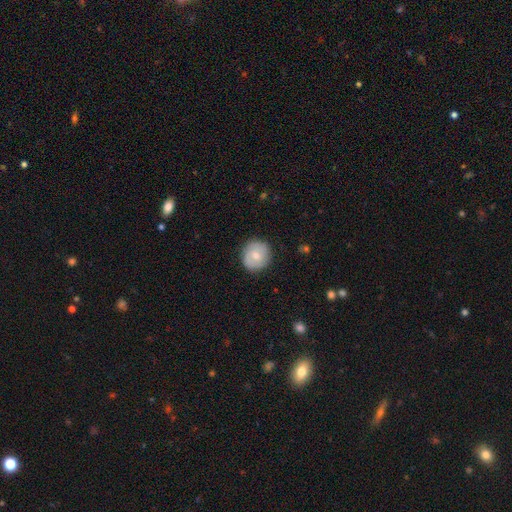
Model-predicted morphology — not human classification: type=smooth (62%); roundness=round (90%); merging=none (85%).